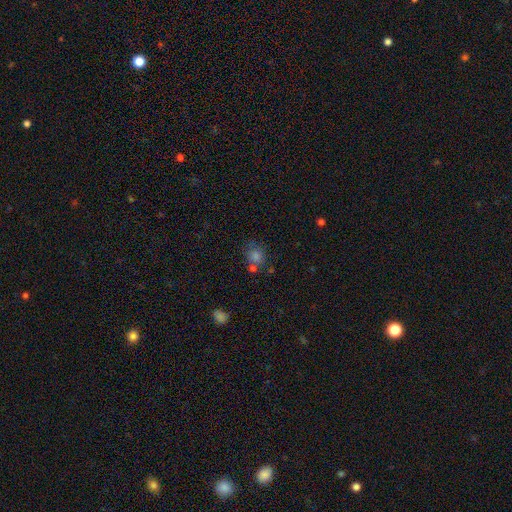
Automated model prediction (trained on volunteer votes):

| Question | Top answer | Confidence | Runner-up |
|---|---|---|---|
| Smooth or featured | smooth | 70% | star or artifact (20%) |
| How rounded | round | 78% | in between (21%) |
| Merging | none | 59% | merger (19%) |